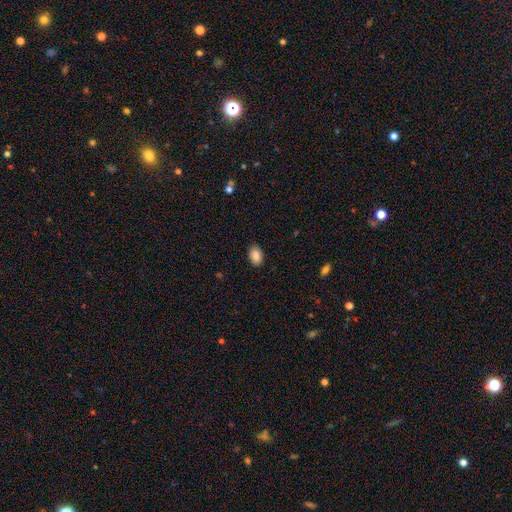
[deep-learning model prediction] smooth_or_featured: smooth (p=0.85) [alt: star or artifact p=0.07]
how_rounded: in between (p=0.89) [alt: round p=0.10]
merging: none (p=0.89) [alt: minor disturbance p=0.09]